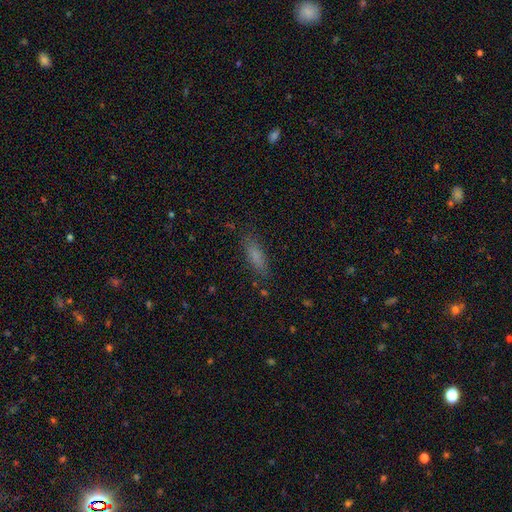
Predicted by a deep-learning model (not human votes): Morphology: type=smooth (75%); roundness=cigar-shaped (51%); merging=none (80%).